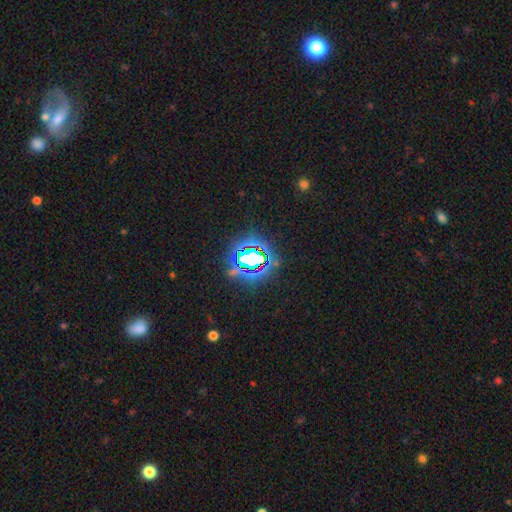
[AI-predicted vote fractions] Smooth or featured: star or artifact — 75% (smooth — 15%)